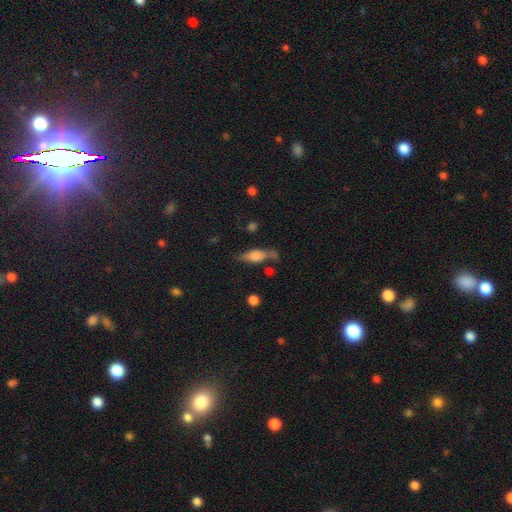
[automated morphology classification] featured or disk 46%, smooth 45%, star or artifact 9%. Down the decision tree: merging — none (63%).